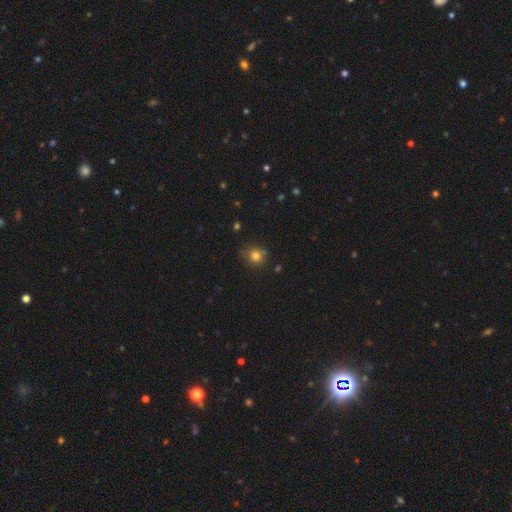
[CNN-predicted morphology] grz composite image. It shows a smooth galaxy with no disk features (79%) that is round (80%). Merging: none (73%).